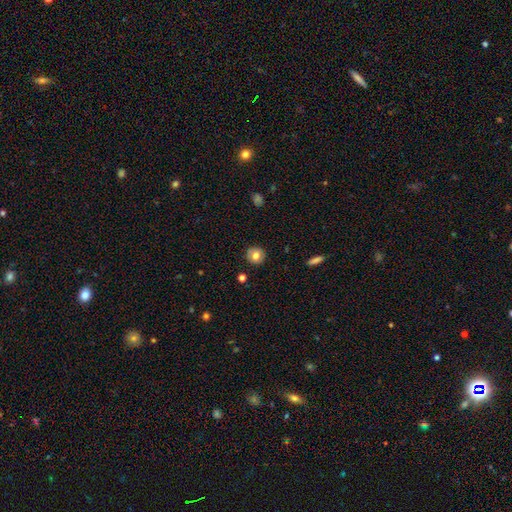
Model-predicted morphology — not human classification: Overall: smooth (74%). How rounded: round (91%). Merging: none (90%).